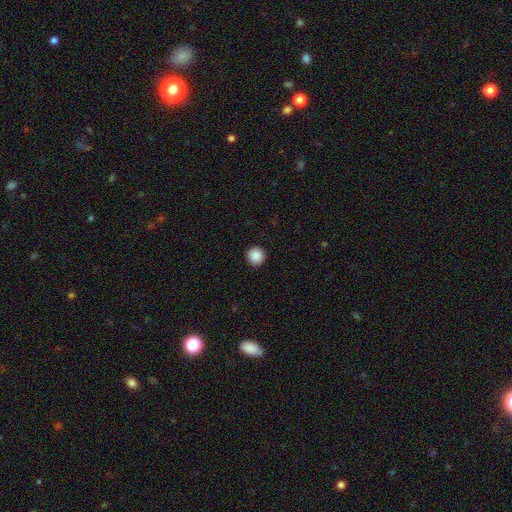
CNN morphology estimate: Smooth or featured? Predicted: smooth (p=0.88). How rounded? Predicted: round (p=0.95). Merging? Predicted: none (p=0.93).